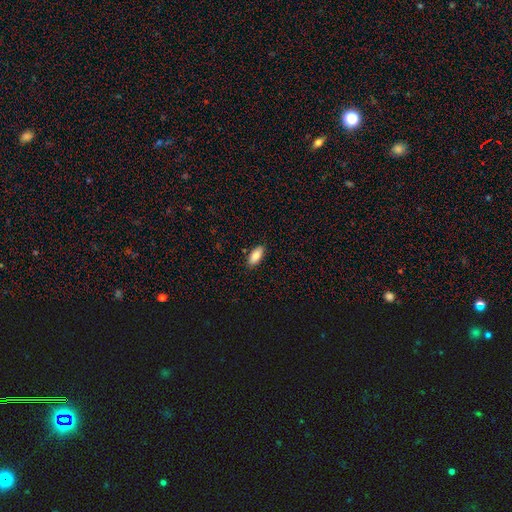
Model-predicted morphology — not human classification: smooth_or_featured: smooth (p=0.87) [alt: star or artifact p=0.07]
how_rounded: in between (p=0.87) [alt: cigar-shaped p=0.12]
merging: none (p=0.87) [alt: minor disturbance p=0.10]